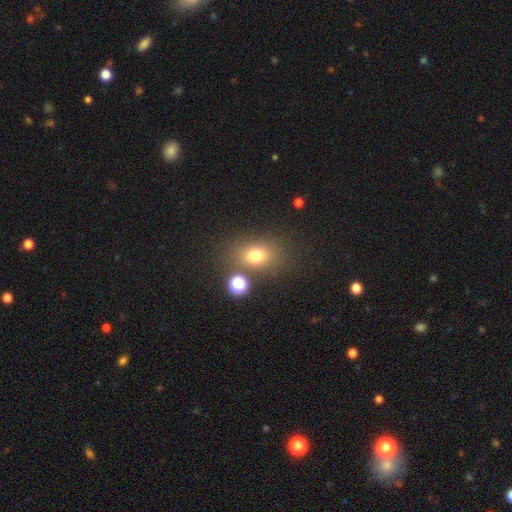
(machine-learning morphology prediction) Q: Smooth or featured?
A: smooth (73%); runner-up: star or artifact (16%)
Q: How rounded?
A: in between (61%); runner-up: round (38%)
Q: Merging?
A: none (73%); runner-up: minor disturbance (12%)